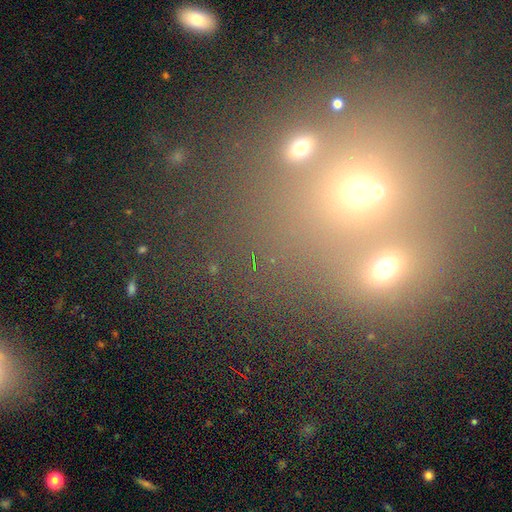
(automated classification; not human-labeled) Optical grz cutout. It shows a smooth galaxy with no disk features (46%). Merging: none (52%).